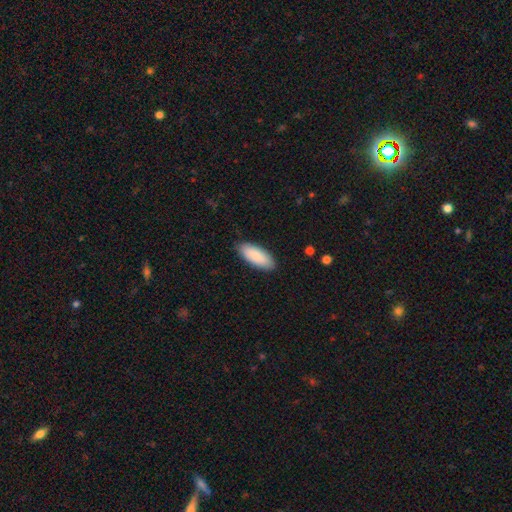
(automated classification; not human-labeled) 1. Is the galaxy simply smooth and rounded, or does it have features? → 90% smooth, 5% star or artifact, 5% featured or disk.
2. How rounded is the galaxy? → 81% in between, 18% cigar-shaped, 1% round.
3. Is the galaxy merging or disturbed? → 87% none, 10% minor disturbance, 2% major disturbance, 1% merger.